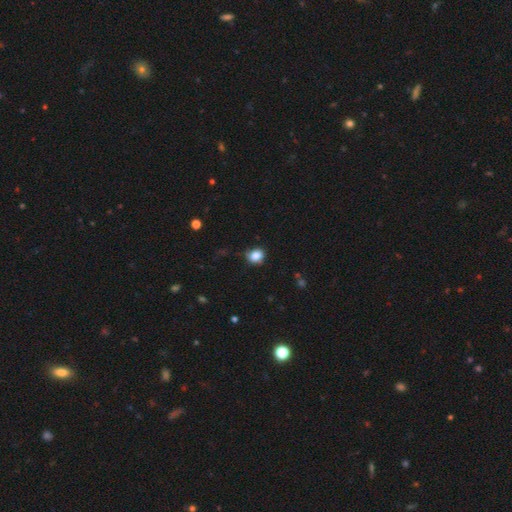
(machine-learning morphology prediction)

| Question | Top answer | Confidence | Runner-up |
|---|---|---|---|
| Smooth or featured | smooth | 85% | star or artifact (10%) |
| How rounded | round | 65% | in between (34%) |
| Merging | none | 71% | minor disturbance (22%) |